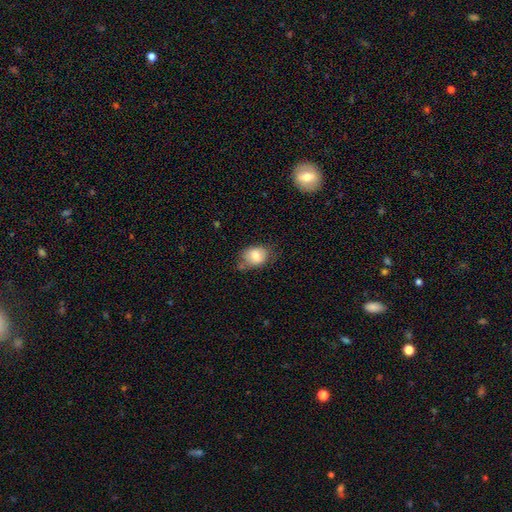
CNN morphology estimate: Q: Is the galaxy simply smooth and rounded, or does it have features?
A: smooth — 78%.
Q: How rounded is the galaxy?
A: in between — 61%.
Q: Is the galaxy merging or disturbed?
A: none — 58%.